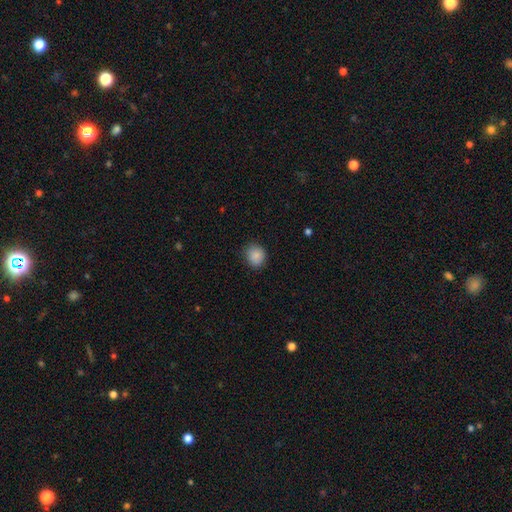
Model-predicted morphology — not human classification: smooth-or-featured: smooth: 87% | star or artifact: 9% | featured or disk: 4%
  how-rounded: round: 77% | in between: 22% | cigar-shaped: 1%
  merging: none: 85% | minor disturbance: 11% | major disturbance: 3% | merger: 1%